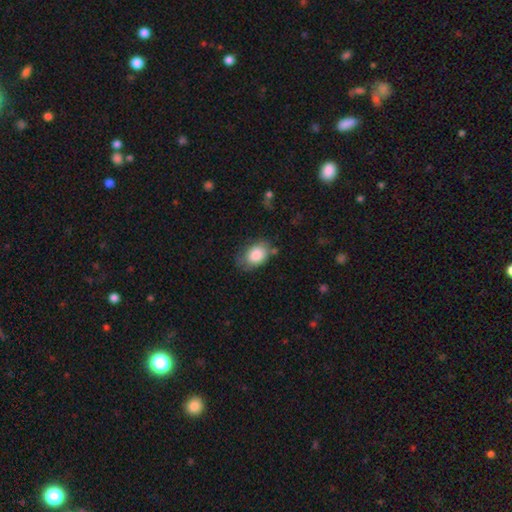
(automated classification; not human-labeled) Smooth or featured?
  - smooth: 84% *
  - featured or disk: 8%
  - star or artifact: 7%
How rounded?
  - in between: 80% *
  - round: 19%
  - cigar-shaped: 1%
Merging?
  - none: 63% *
  - minor disturbance: 26%
  - major disturbance: 8%
  - merger: 3%